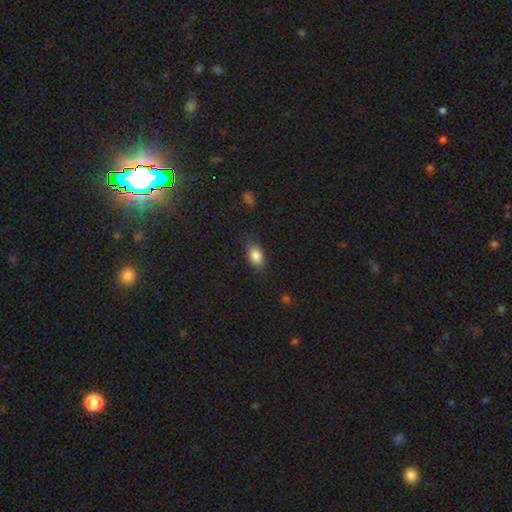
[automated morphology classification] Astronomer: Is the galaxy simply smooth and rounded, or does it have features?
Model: smooth — 86%.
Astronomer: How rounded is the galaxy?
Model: in between — 86%.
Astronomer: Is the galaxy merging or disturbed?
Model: none — 79%.